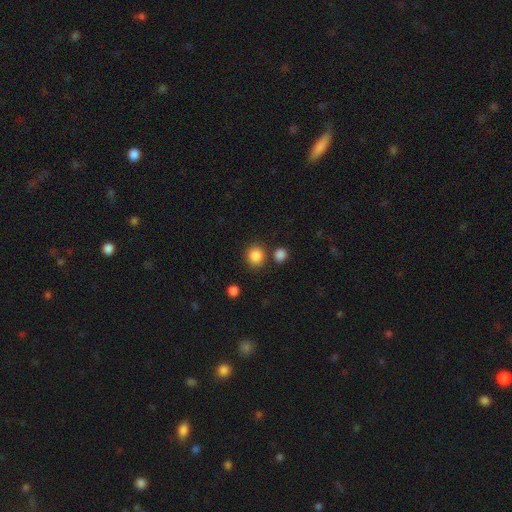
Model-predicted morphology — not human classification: smooth-or-featured: smooth: 86% | star or artifact: 10% | featured or disk: 4%
  how-rounded: round: 86% | in between: 13% | cigar-shaped: 1%
  merging: none: 79% | merger: 9% | minor disturbance: 9% | major disturbance: 3%